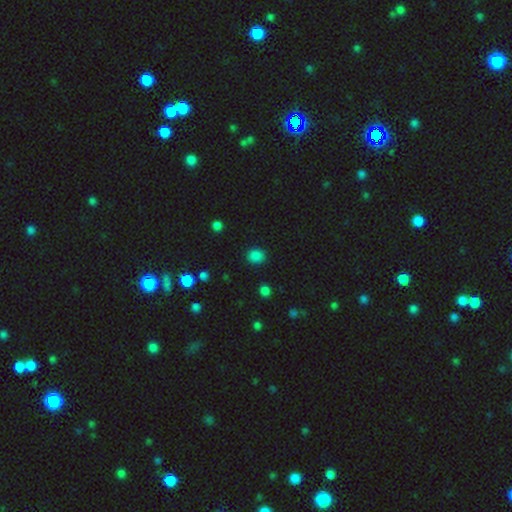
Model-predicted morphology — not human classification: smooth-or-featured: smooth: 83% | star or artifact: 14% | featured or disk: 3%
  how-rounded: round: 67% | in between: 32% | cigar-shaped: 1%
  merging: none: 87% | minor disturbance: 8% | major disturbance: 3% | merger: 2%